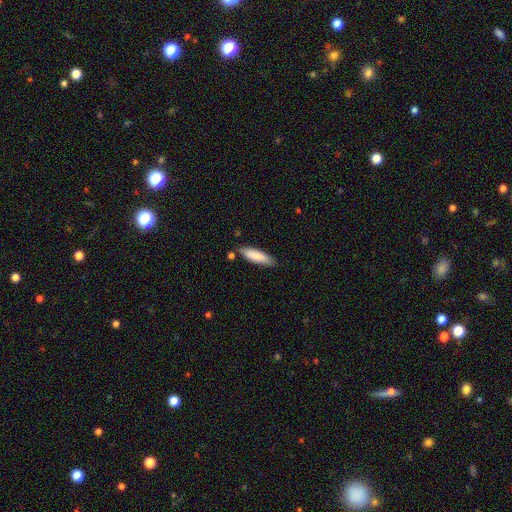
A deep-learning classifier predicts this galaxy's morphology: The model was most divided on "how rounded": cigar-shaped: 67%, in between: 32%, round: 1%. More confident: smooth or featured — smooth (83%); merging — none (79%).